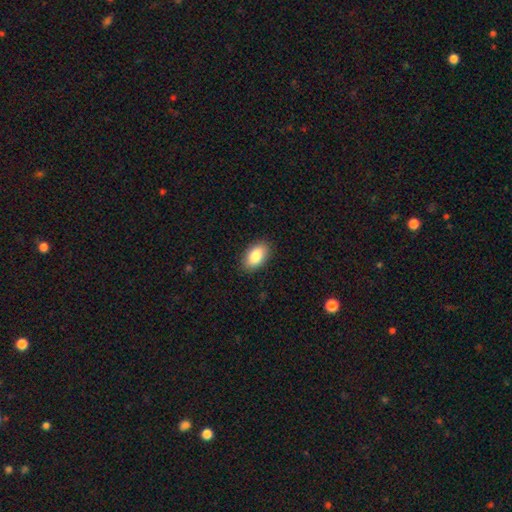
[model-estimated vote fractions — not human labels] Overall: smooth (87%). How rounded: in between (93%). Merging: none (88%).